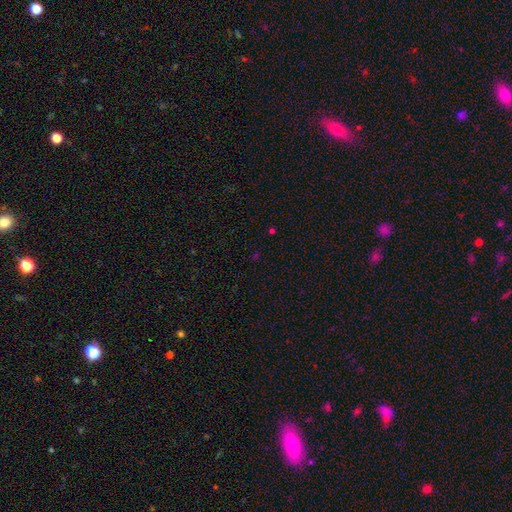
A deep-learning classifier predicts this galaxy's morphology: Smooth or featured: star or artifact — 60% (smooth — 33%)